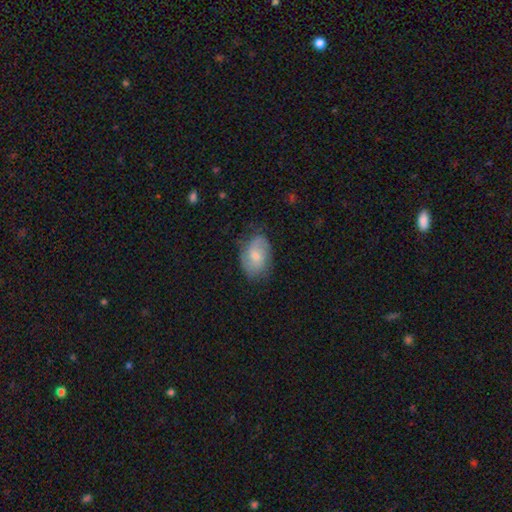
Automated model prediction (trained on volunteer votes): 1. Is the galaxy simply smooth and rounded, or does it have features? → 60% smooth, 33% featured or disk, 7% star or artifact.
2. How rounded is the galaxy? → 85% in between, 13% round, 1% cigar-shaped.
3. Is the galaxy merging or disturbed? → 69% none, 23% minor disturbance, 7% major disturbance, 1% merger.